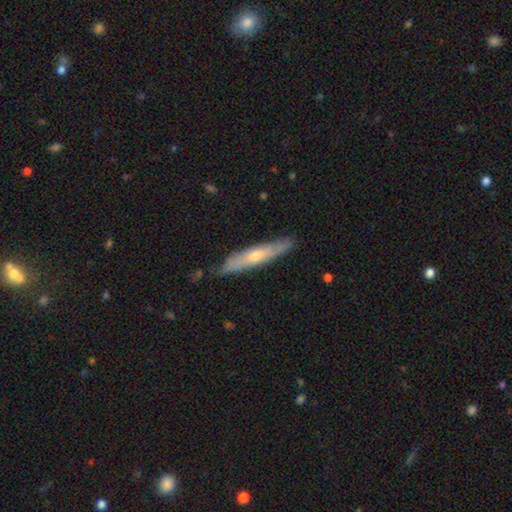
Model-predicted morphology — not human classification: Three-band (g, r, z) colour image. It shows a smooth galaxy with no disk features (49%). Merging: none (82%).